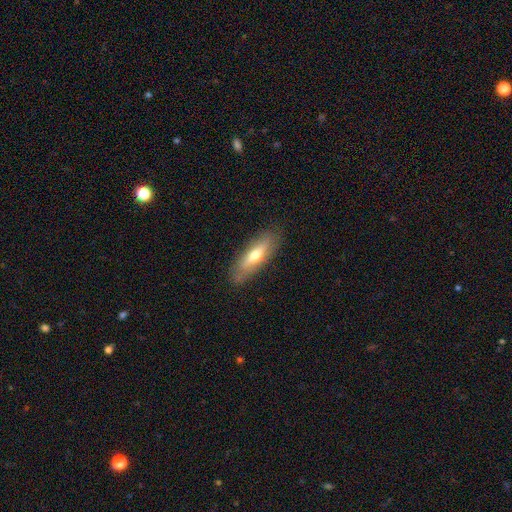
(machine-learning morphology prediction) type=smooth (60%); roundness=cigar-shaped (51%); merging=none (84%).